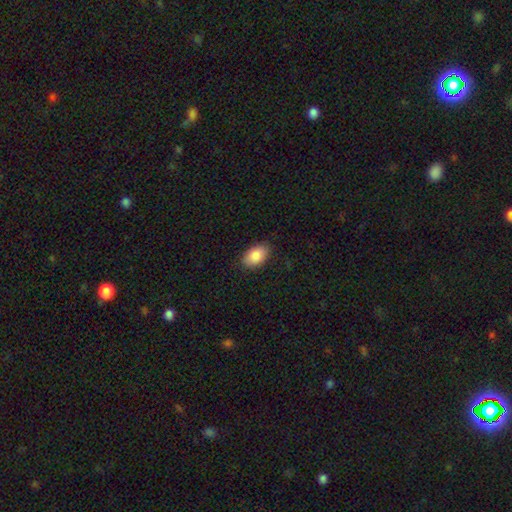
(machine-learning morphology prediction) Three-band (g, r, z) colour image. It shows a smooth galaxy with no disk features (87%) that is in between round and cigar-shaped (92%). Merging: none (85%).